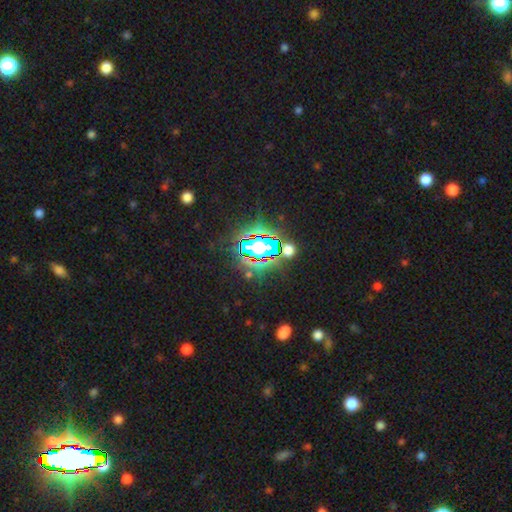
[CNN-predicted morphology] This appears to be a star or artifact, not a galaxy (80%).